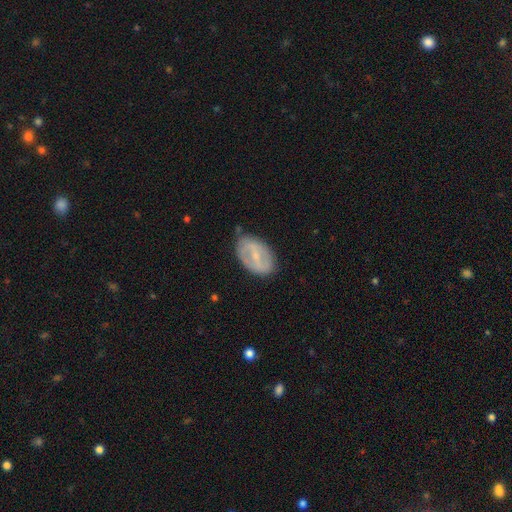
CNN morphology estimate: This is likely a featured or disk galaxy (63%). It is clearly not viewed edge-on (93%). Bar: possibly strong (46%). Spiral arm pattern: possibly no (58%). Central bulge: likely small (68%). Merging: likely none (75%).